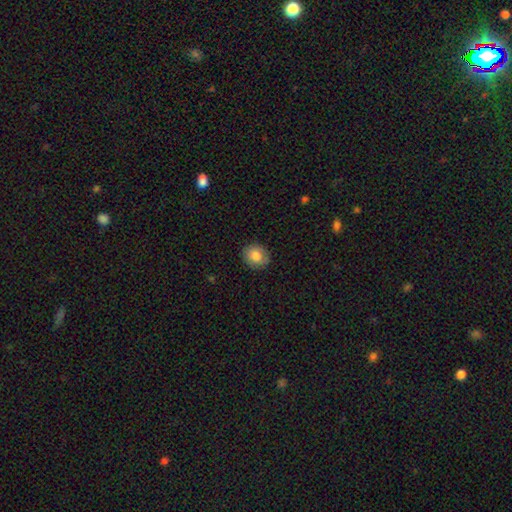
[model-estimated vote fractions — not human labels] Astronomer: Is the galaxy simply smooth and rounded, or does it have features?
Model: smooth — 82%.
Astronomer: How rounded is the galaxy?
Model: round — 63%.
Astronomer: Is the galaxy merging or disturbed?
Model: none — 86%.